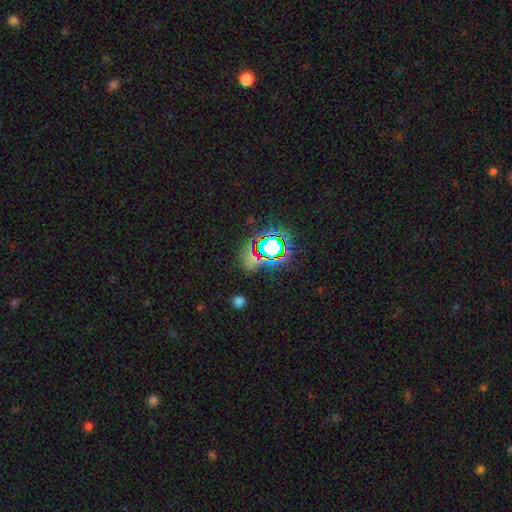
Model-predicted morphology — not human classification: Overall: star or artifact (63%; smooth 27%).